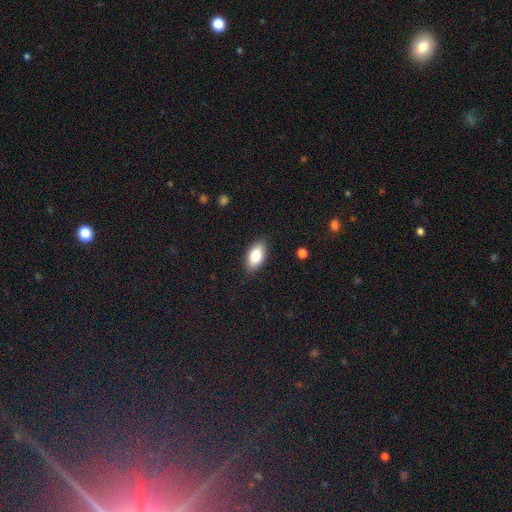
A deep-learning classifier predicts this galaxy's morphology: The model was most divided on "smooth or featured": smooth: 82%, featured or disk: 11%, star or artifact: 7%. More confident: how rounded — in between (92%); merging — none (87%).